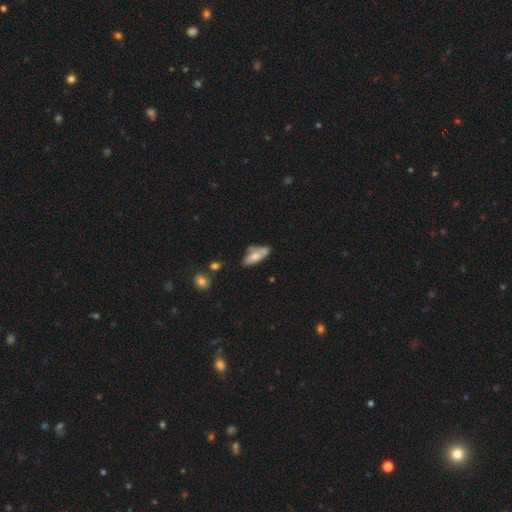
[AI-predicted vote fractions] A smooth galaxy with no disk features (69%) that is in between round and cigar-shaped (73%).

Vote fractions:
- Smooth or featured? smooth: 69% / featured or disk: 24% / star or artifact: 7%
- How rounded? in between: 73% / cigar-shaped: 24% / round: 2%
- Merging? none: 50% / minor disturbance: 28% / merger: 14% / major disturbance: 8%